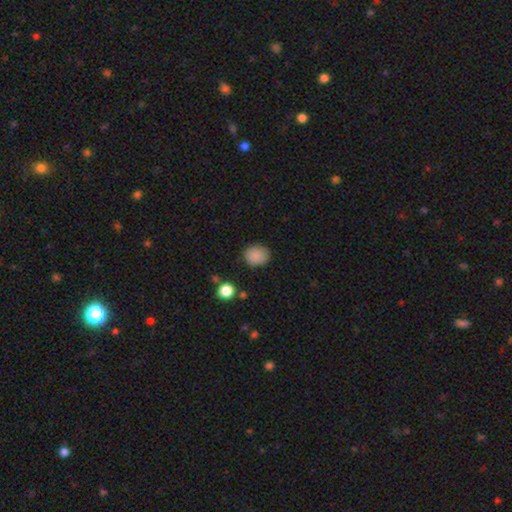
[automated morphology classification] Smooth or featured?
  - smooth: 86% *
  - star or artifact: 10%
  - featured or disk: 5%
How rounded?
  - round: 64% *
  - in between: 35%
  - cigar-shaped: 1%
Merging?
  - none: 83% *
  - minor disturbance: 12%
  - major disturbance: 3%
  - merger: 2%